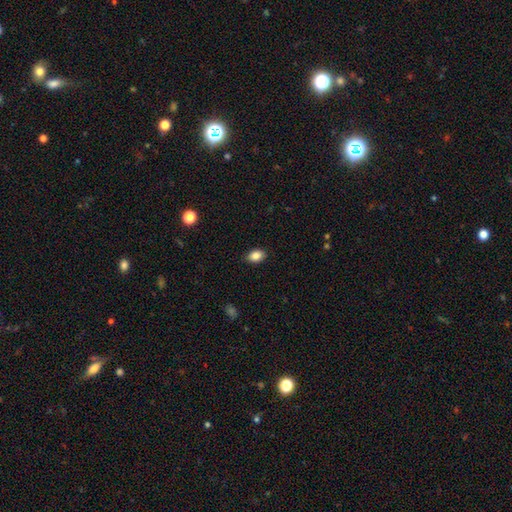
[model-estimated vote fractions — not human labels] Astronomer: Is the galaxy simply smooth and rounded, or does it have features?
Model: smooth — 86%.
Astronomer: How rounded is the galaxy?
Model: in between — 85%.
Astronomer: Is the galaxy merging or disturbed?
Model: none — 88%.